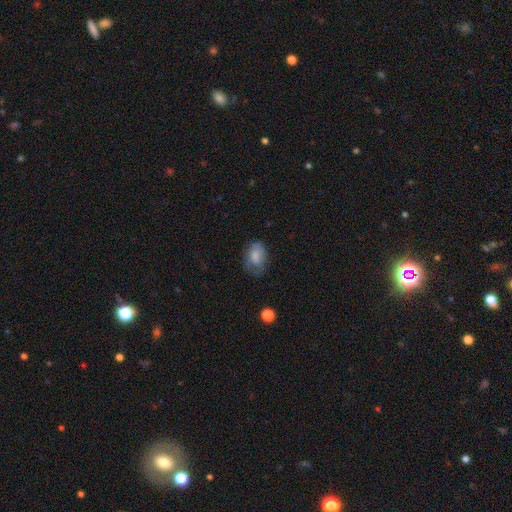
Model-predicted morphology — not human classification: smooth_or_featured: smooth (p=0.70) [alt: featured or disk p=0.21]
how_rounded: in between (p=0.84) [alt: round p=0.15]
merging: none (p=0.50) [alt: minor disturbance p=0.30]